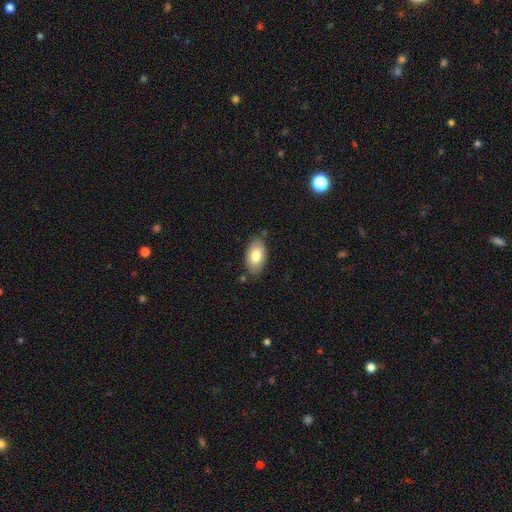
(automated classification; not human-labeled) This appears to be a smooth galaxy with no disk features (74%) that is in between round and cigar-shaped (94%). Merging: none (78%).